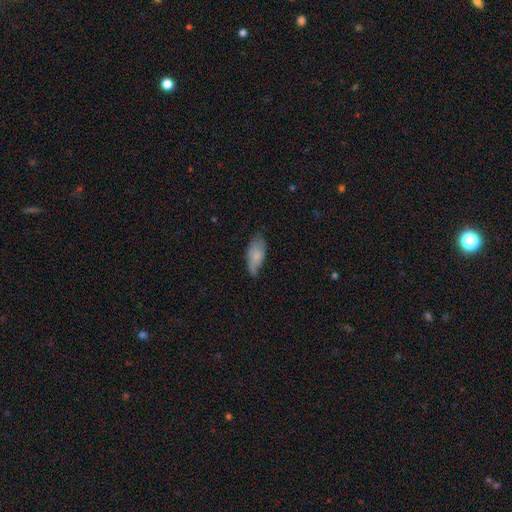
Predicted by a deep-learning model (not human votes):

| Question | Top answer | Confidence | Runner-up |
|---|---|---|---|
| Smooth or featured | smooth | 75% | featured or disk (19%) |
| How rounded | in between | 81% | cigar-shaped (17%) |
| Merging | none | 59% | minor disturbance (32%) |